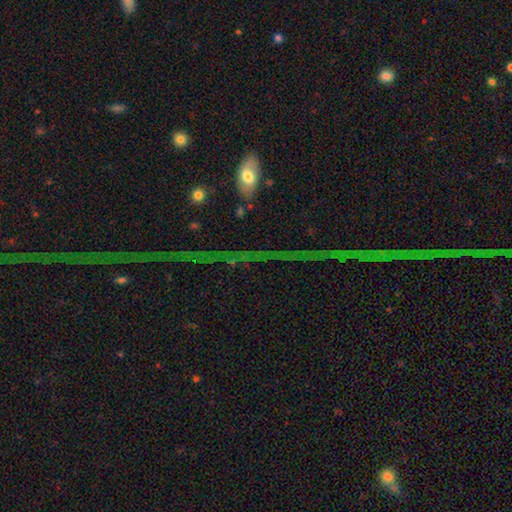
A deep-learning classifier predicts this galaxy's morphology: The model was most divided on "smooth or featured": star or artifact: 74%, featured or disk: 14%, smooth: 13%.